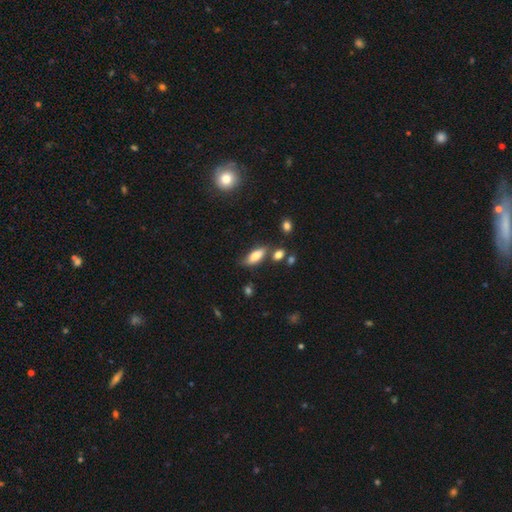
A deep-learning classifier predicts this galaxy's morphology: Smooth or featured? Predicted: smooth (p=0.75). How rounded? Predicted: in between (p=0.72). Merging? Predicted: none (p=0.66).